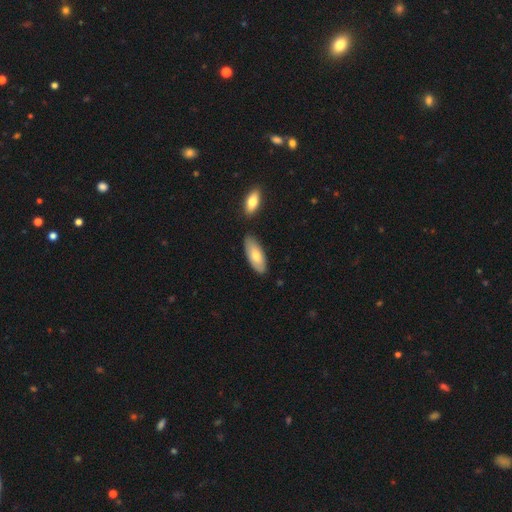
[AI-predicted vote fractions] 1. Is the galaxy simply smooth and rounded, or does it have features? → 72% smooth, 23% featured or disk, 6% star or artifact.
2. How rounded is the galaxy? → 80% in between, 18% cigar-shaped, 2% round.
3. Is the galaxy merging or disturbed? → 79% none, 14% minor disturbance, 5% merger, 2% major disturbance.